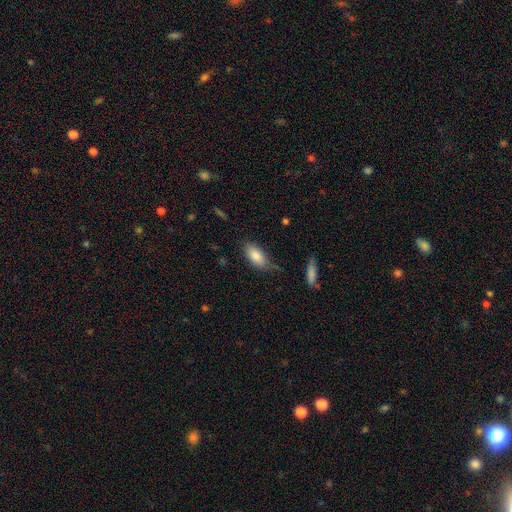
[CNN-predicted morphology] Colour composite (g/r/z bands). It shows a smooth galaxy with no disk features (84%) that is in between round and cigar-shaped (91%). Merging: none (69%).